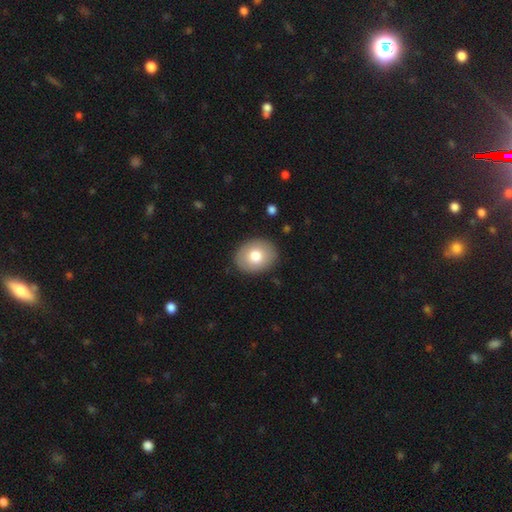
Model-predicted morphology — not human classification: type=smooth (76%); roundness=in between (50%); merging=none (89%).